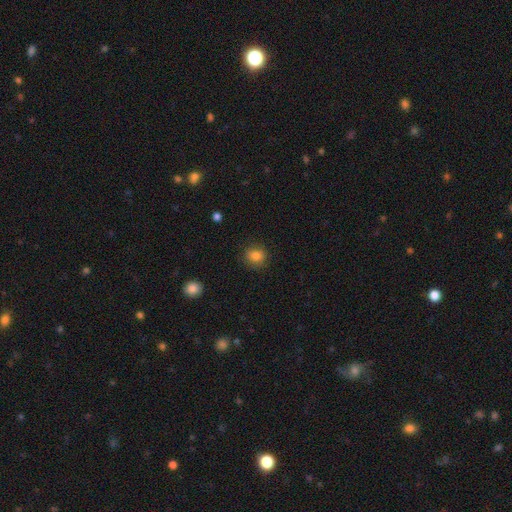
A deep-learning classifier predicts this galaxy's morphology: Smooth or featured?
  - smooth: 84% *
  - star or artifact: 11%
  - featured or disk: 6%
How rounded?
  - round: 81% *
  - in between: 19%
  - cigar-shaped: 1%
Merging?
  - none: 87% *
  - minor disturbance: 9%
  - major disturbance: 3%
  - merger: 1%